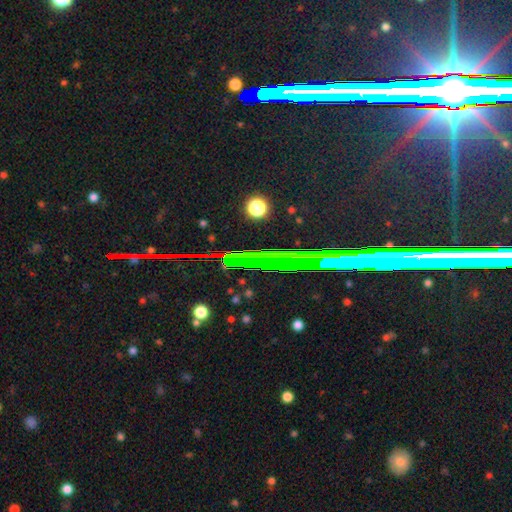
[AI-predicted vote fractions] Smooth or featured? star or artifact (82%)